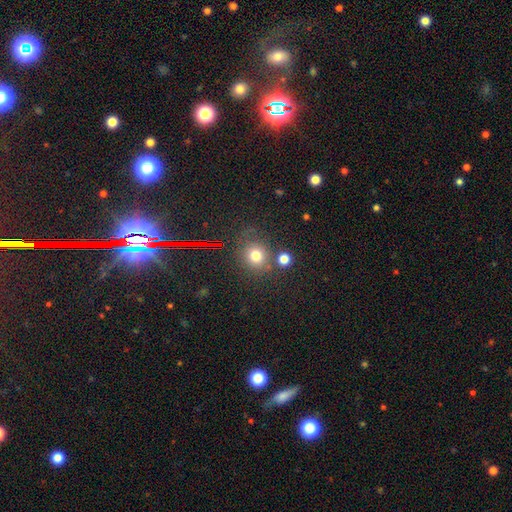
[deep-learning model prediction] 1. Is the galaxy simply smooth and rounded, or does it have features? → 72% smooth, 19% star or artifact, 9% featured or disk.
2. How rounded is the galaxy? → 84% round, 15% in between, 1% cigar-shaped.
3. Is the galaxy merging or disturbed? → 70% none, 12% minor disturbance, 12% merger, 6% major disturbance.